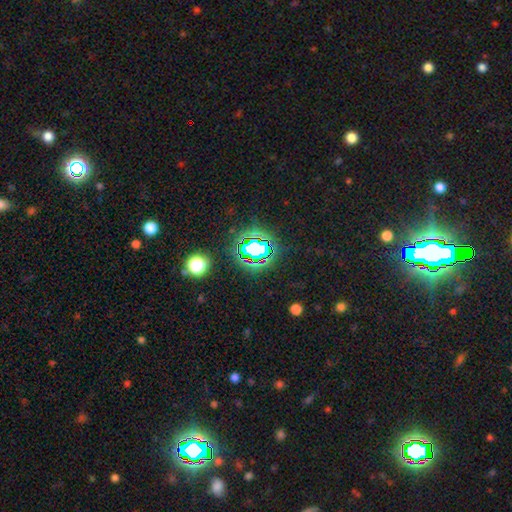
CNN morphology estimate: A star or artifact, not a galaxy (71%).

Vote fractions:
- Smooth or featured? star or artifact: 71% / smooth: 18% / featured or disk: 11%